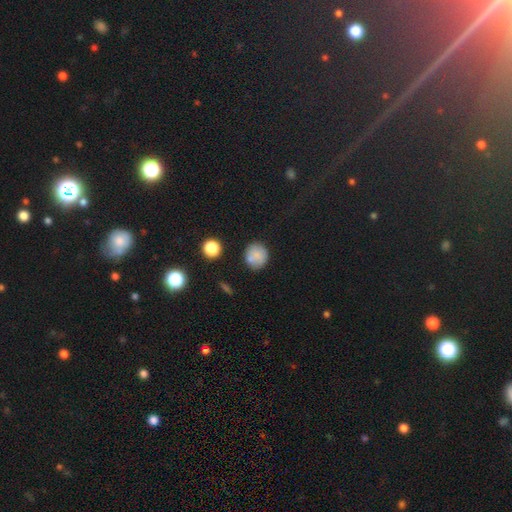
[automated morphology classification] The model was most divided on "merging": none: 73%, minor disturbance: 14%, merger: 9%, major disturbance: 4%. More confident: how rounded — round (86%); smooth or featured — smooth (79%).